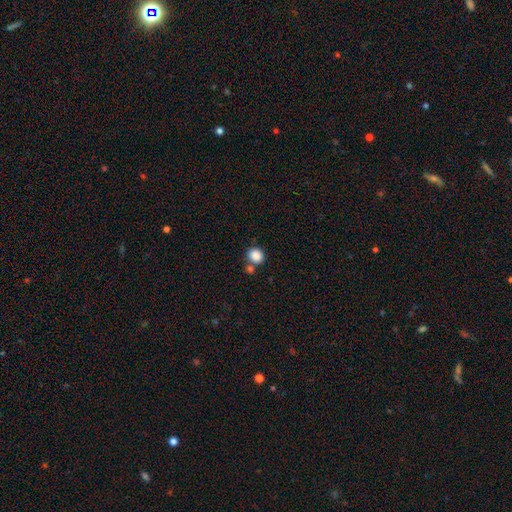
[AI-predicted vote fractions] A smooth galaxy with no disk features (86%) that is round (77%).

Vote fractions:
- Smooth or featured? smooth: 86% / star or artifact: 10% / featured or disk: 4%
- How rounded? round: 77% / in between: 22% / cigar-shaped: 1%
- Merging? none: 63% / merger: 23% / minor disturbance: 10% / major disturbance: 4%